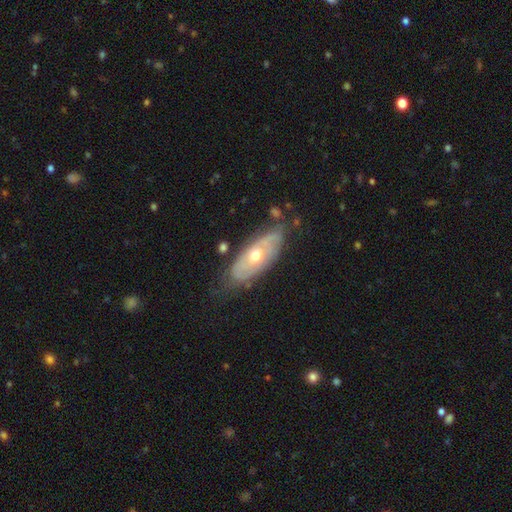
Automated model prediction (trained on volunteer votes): A featured or disk galaxy (70%) with no bar (84%), spiral arms (55%) and a moderate central bulge (67%).

Vote fractions:
- Smooth or featured? featured or disk: 70% / smooth: 24% / star or artifact: 6%
- Edge-on disk? no: 83% / yes: 17%
- Bar? no: 84% / weak: 12% / strong: 3%
- Spiral arms? yes: 55% / no: 45%
- Bulge size? moderate: 67% / small: 29% / large: 3% / dominant: 1% / none: 1%
- Merging? none: 71% / minor disturbance: 20% / major disturbance: 6% / merger: 3%